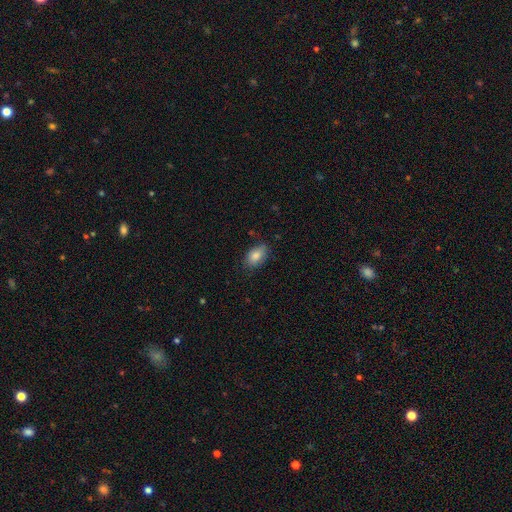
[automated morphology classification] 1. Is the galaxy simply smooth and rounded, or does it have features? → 83% smooth, 9% featured or disk, 8% star or artifact.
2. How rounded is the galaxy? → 88% in between, 10% round, 2% cigar-shaped.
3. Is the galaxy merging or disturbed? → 75% none, 20% minor disturbance, 4% major disturbance, 1% merger.